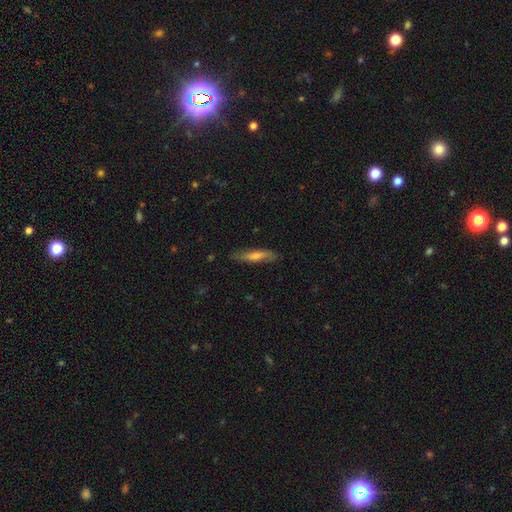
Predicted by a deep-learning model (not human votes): Smooth or featured: smooth — 55% (featured or disk — 38%)
How rounded: cigar-shaped — 82% (in between — 16%)
Merging: none — 81% (minor disturbance — 15%)